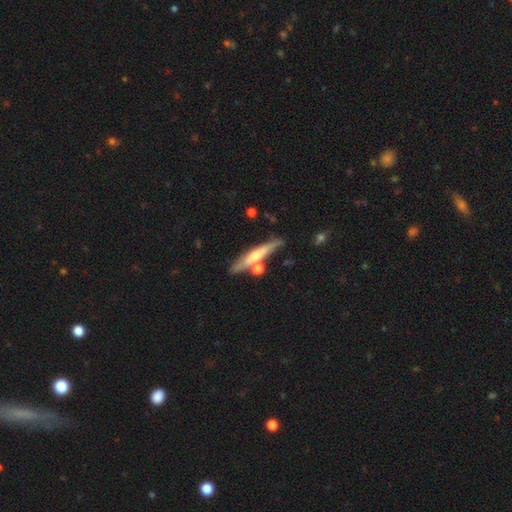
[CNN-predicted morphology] type=featured or disk (53%); edge-on=yes (90%); merging=none (73%).